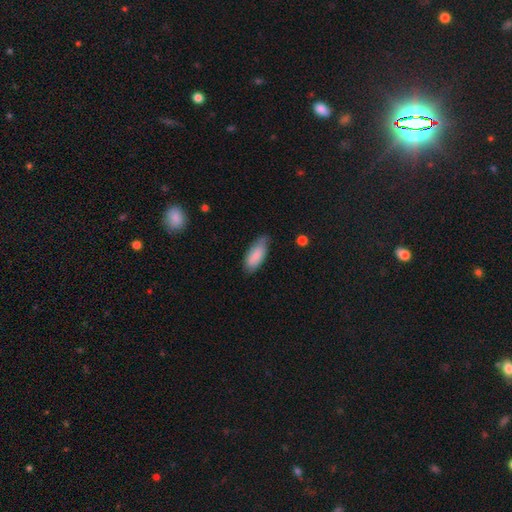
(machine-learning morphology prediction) smooth-or-featured: smooth: 84% | featured or disk: 10% | star or artifact: 6%
  how-rounded: in between: 79% | cigar-shaped: 19% | round: 2%
  merging: none: 69% | minor disturbance: 25% | major disturbance: 4% | merger: 2%